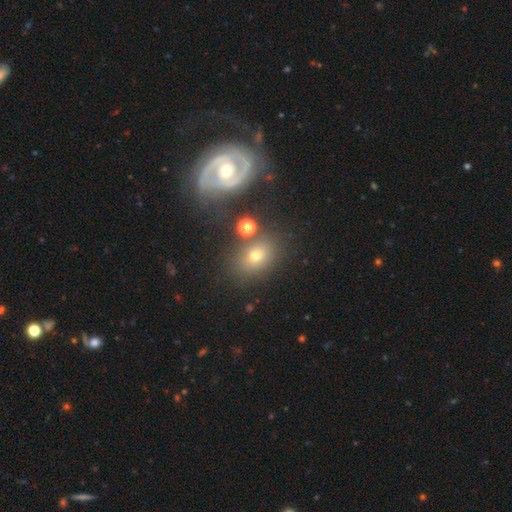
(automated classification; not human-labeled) Smooth or featured?
  - featured or disk: 45% *
  - smooth: 42%
  - star or artifact: 13%
Merging?
  - none: 74% *
  - minor disturbance: 14%
  - merger: 8%
  - major disturbance: 5%